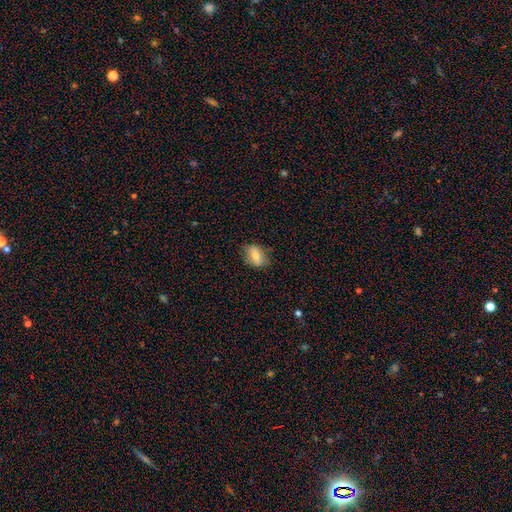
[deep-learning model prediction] Smooth or featured? Predicted: smooth (p=0.68). How rounded? Predicted: in between (p=0.75). Merging? Predicted: none (p=0.75).